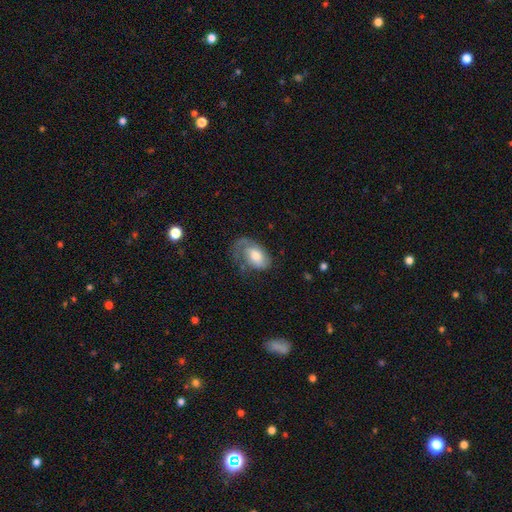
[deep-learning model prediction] featured or disk 52%, smooth 41%, star or artifact 7%. Down the decision tree: edge-on disk — no (95%); merging — none (38%).